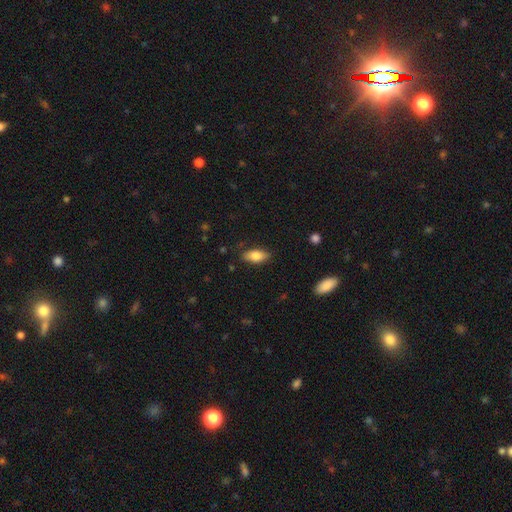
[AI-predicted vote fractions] A smooth galaxy with no disk features (81%) that is in between round and cigar-shaped (86%). Merging: none (84%).